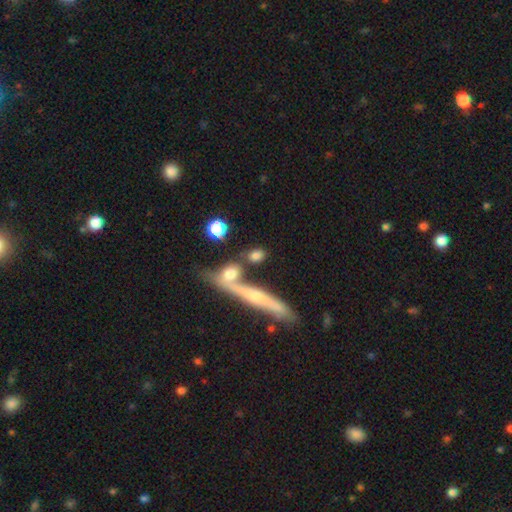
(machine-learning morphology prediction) The model was most divided on "how rounded": in between: 58%, round: 26%, cigar-shaped: 16%. More confident: smooth or featured — smooth (73%); merging — none (58%).